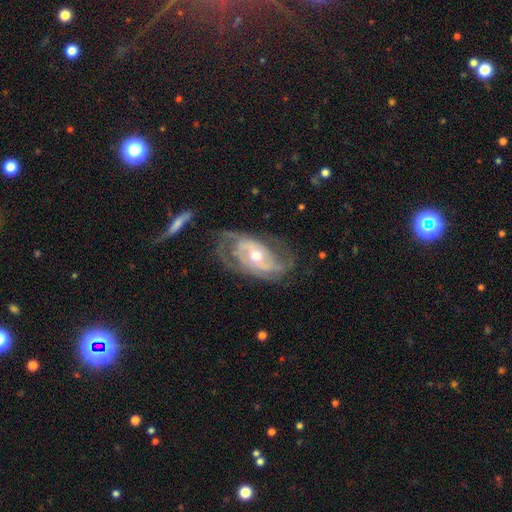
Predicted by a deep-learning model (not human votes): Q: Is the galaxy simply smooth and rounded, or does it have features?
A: featured or disk — 87%.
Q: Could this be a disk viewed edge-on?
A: no — 95%.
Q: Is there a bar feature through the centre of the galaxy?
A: no — 52%.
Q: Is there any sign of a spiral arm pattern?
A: yes — 93%.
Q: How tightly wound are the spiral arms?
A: tight — 47%.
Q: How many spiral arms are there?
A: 2 — 50%.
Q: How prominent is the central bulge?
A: moderate — 66%.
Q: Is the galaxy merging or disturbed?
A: none — 61%.